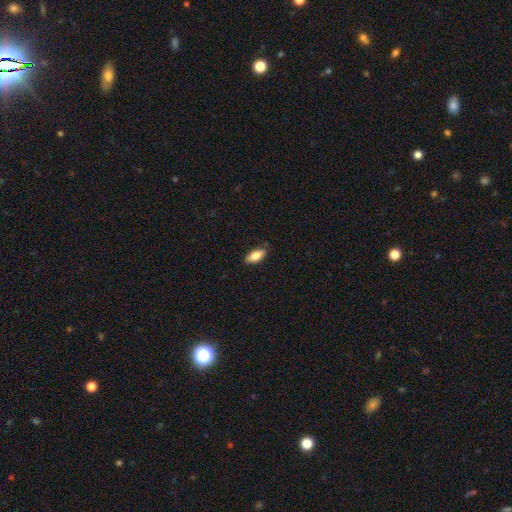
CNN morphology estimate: A smooth galaxy with no disk features (81%) that is in between round and cigar-shaped (86%). Merging: none (86%).